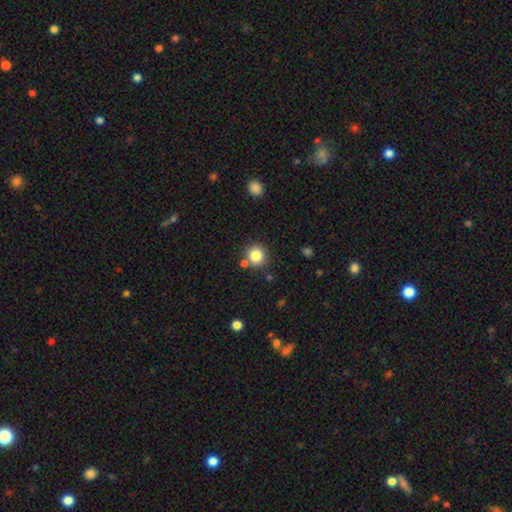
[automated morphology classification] Smooth or featured? Predicted: smooth (p=0.83). How rounded? Predicted: round (p=0.91). Merging? Predicted: none (p=0.78).